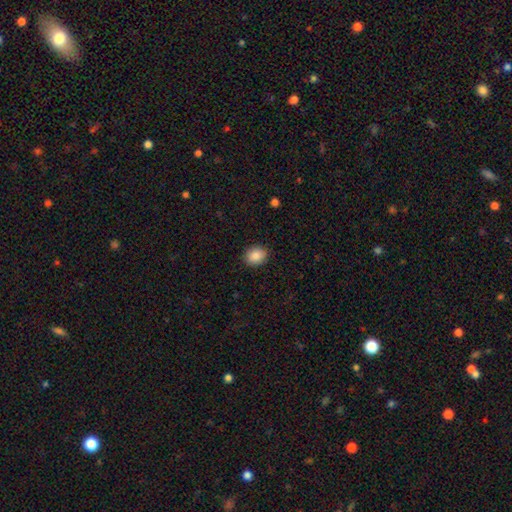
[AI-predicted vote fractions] Overall: smooth (88%). How rounded: round (56%; in between 43%). Merging: none (90%).